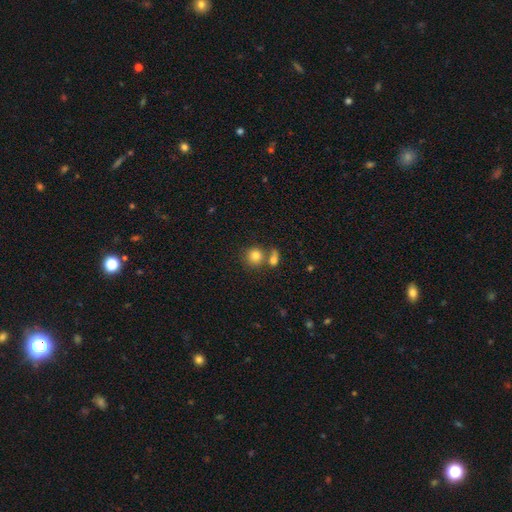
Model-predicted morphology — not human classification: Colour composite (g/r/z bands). It shows a smooth galaxy with no disk features (80%) that is round (85%). Merging: none (52%).